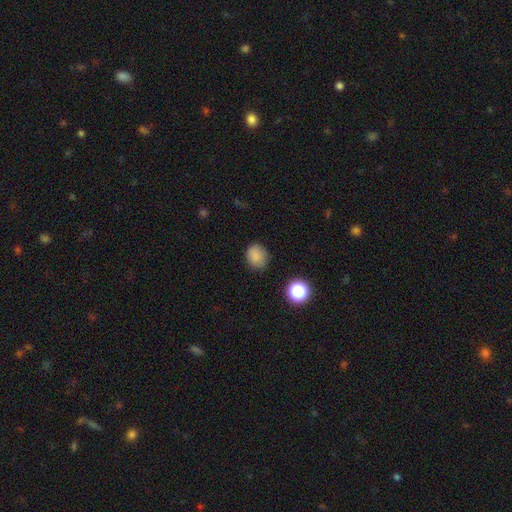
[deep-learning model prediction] A smooth galaxy with no disk features (84%) that is round (72%).

Vote fractions:
- Smooth or featured? smooth: 84% / star or artifact: 12% / featured or disk: 4%
- How rounded? round: 72% / in between: 27% / cigar-shaped: 1%
- Merging? none: 81% / minor disturbance: 14% / major disturbance: 3% / merger: 2%